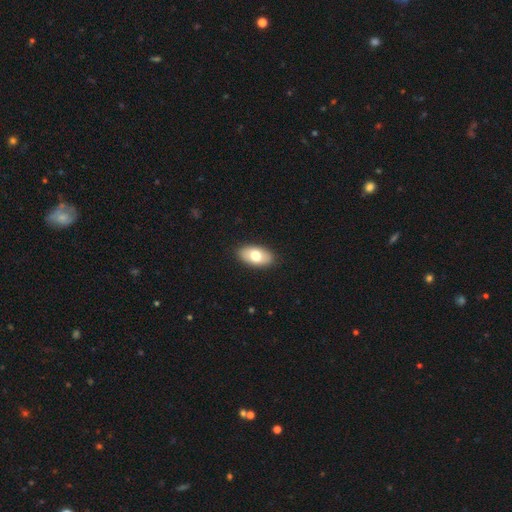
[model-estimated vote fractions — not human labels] This appears to be a smooth galaxy with no disk features (73%) that is in between round and cigar-shaped (93%). Merging: none (90%).